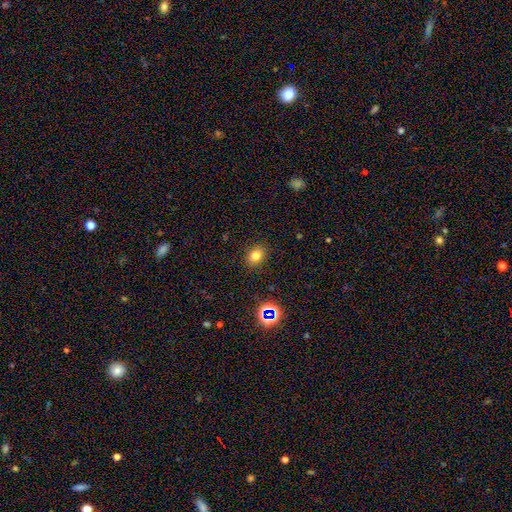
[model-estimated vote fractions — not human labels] Overall: smooth (76%). How rounded: in between (60%; round 39%). Merging: none (87%).